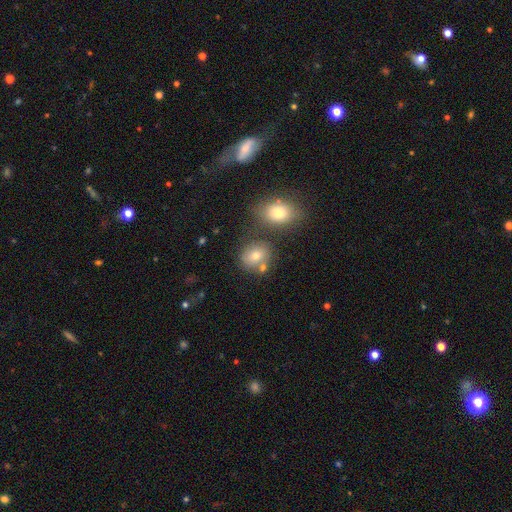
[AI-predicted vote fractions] smooth 72%, featured or disk 15%, star or artifact 13%. Down the decision tree: how rounded — round (64%); merging — none (64%).